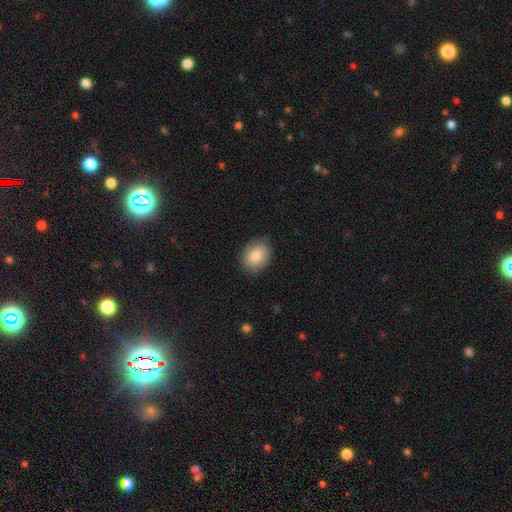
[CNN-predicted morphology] Smooth or featured? smooth (83%)
How rounded? in between (54%)
Merging? none (86%)